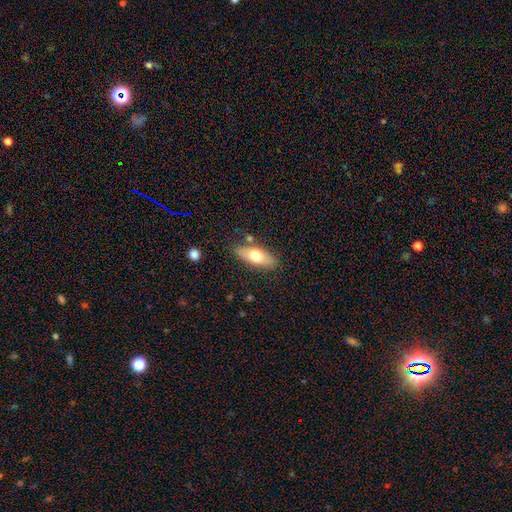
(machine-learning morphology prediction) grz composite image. It shows a smooth galaxy with no disk features (64%) that is in between round and cigar-shaped (72%). Merging: none (79%).